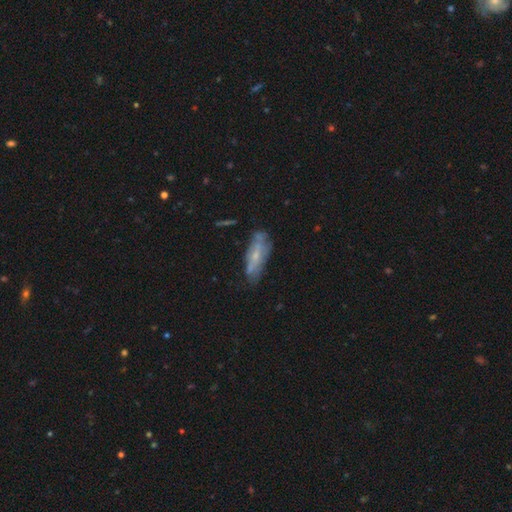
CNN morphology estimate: Smooth or featured: featured or disk — 53% (smooth — 39%)
Edge-on disk: no — 75% (yes — 25%)
Merging: none — 57% (minor disturbance — 27%)